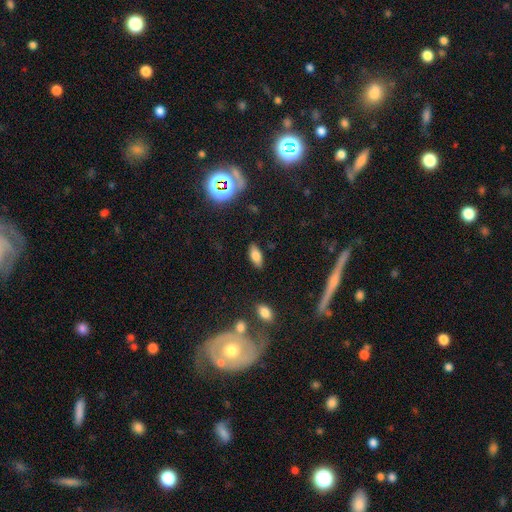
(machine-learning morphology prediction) Smooth or featured?
  - smooth: 76% *
  - featured or disk: 12%
  - star or artifact: 11%
How rounded?
  - in between: 84% *
  - cigar-shaped: 13%
  - round: 3%
Merging?
  - none: 86% *
  - minor disturbance: 10%
  - major disturbance: 3%
  - merger: 2%